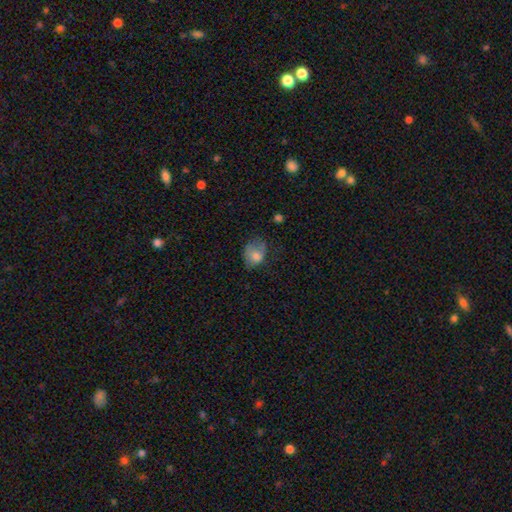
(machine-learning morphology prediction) This is likely a smooth galaxy (74%). How rounded: possibly in between (57%). Merging: marginally none (39%).